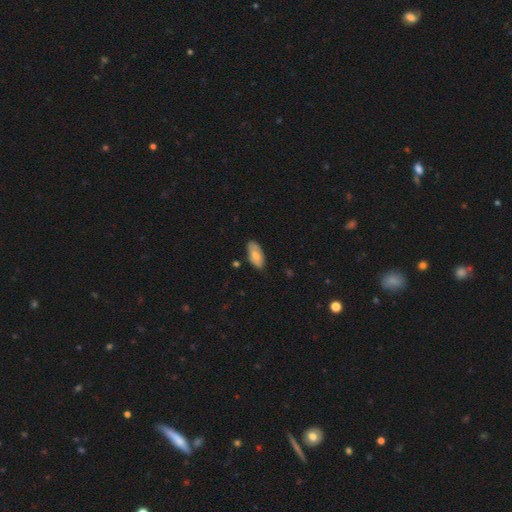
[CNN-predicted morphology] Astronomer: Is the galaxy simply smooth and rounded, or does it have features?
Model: smooth — 66%.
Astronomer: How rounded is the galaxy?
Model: in between — 92%.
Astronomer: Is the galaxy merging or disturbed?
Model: none — 80%.